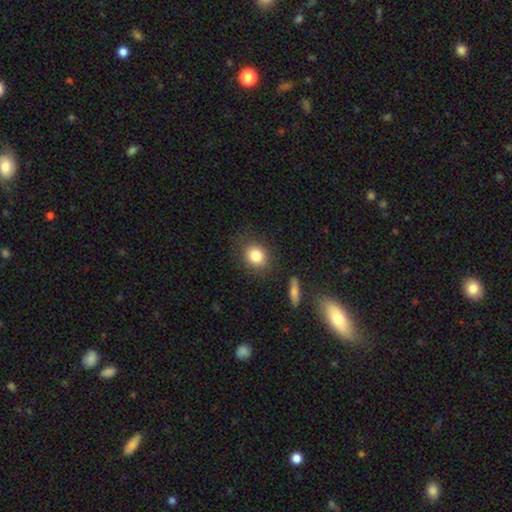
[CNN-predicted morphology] A smooth galaxy with no disk features (83%) that is round (64%). Merging: none (83%).